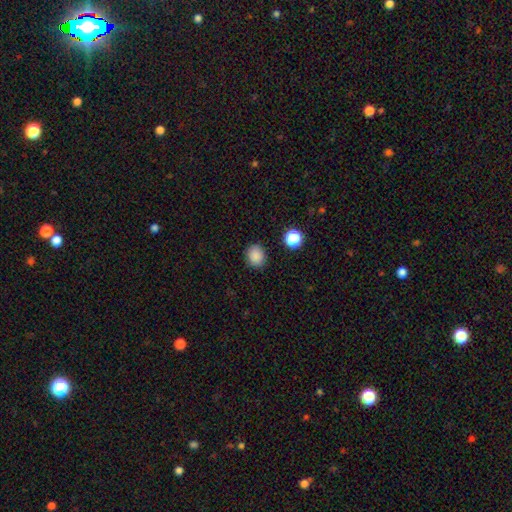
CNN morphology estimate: This appears to be a smooth galaxy with no disk features (86%) that is round (67%). Merging: none (87%).